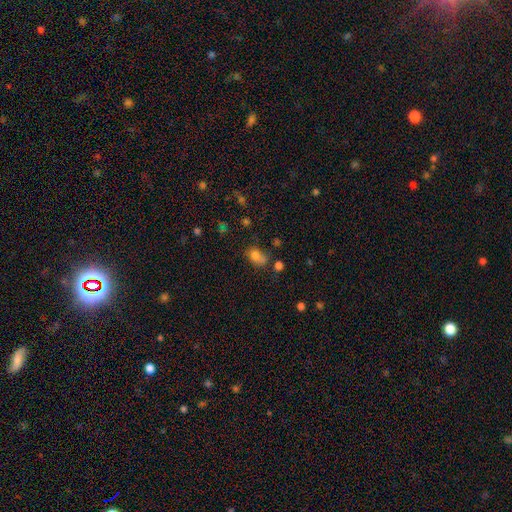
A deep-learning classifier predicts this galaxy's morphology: Smooth or featured? smooth (75%)
How rounded? in between (65%)
Merging? none (42%)